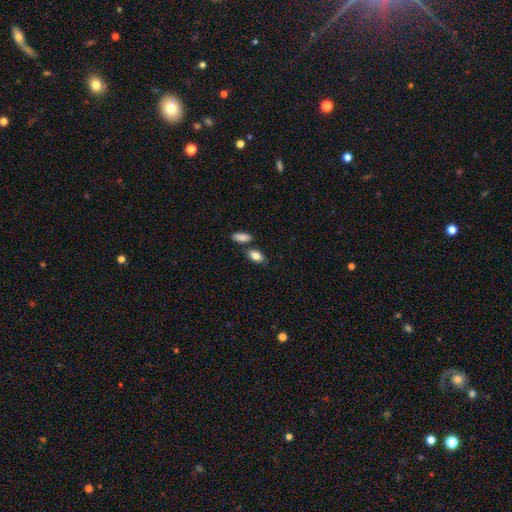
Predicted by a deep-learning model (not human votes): A smooth galaxy with no disk features (85%) that is in between round and cigar-shaped (89%).

Vote fractions:
- Smooth or featured? smooth: 85% / featured or disk: 8% / star or artifact: 7%
- How rounded? in between: 89% / round: 7% / cigar-shaped: 4%
- Merging? none: 70% / merger: 15% / minor disturbance: 12% / major disturbance: 3%